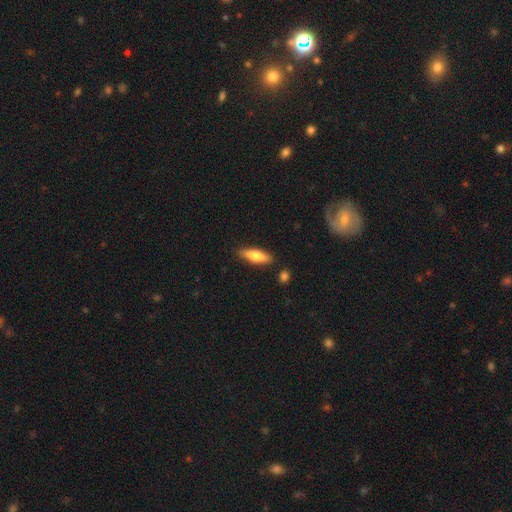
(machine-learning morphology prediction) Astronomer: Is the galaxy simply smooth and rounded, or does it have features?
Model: smooth — 64%.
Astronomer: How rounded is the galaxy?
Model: cigar-shaped — 58% (runner-up: in between, 39%).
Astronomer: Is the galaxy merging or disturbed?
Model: none — 86%.